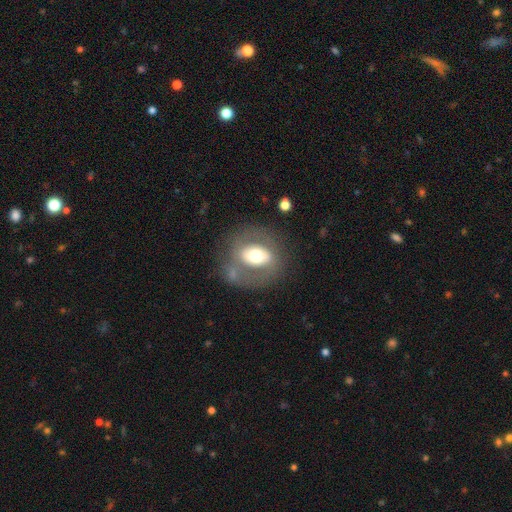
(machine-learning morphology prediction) The model was most divided on "smooth or featured": featured or disk: 49%, smooth: 44%, star or artifact: 8%. More confident: merging — none (61%).